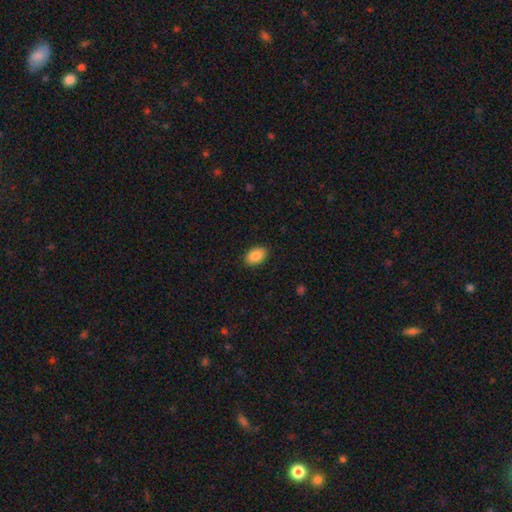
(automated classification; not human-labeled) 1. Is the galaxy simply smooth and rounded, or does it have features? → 88% smooth, 7% star or artifact, 5% featured or disk.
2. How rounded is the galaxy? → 88% in between, 10% round, 1% cigar-shaped.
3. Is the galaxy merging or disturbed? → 88% none, 9% minor disturbance, 2% major disturbance, 1% merger.